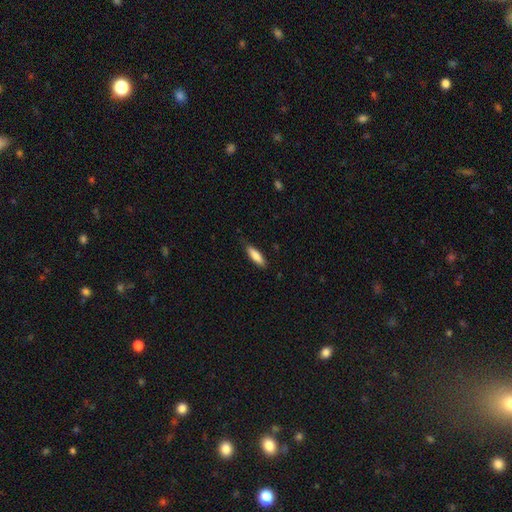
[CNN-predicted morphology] This appears to be a smooth galaxy with no disk features (84%) that is cigar-shaped (56%). Merging: none (81%).